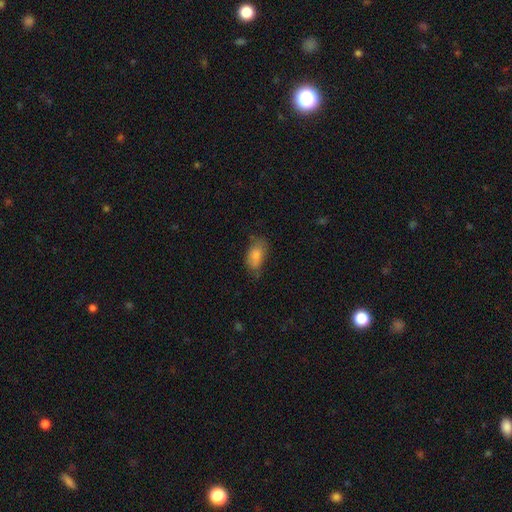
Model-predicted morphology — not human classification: Q: Smooth or featured?
A: smooth (81%); runner-up: featured or disk (11%)
Q: How rounded?
A: in between (91%); runner-up: round (6%)
Q: Merging?
A: none (55%); runner-up: minor disturbance (32%)